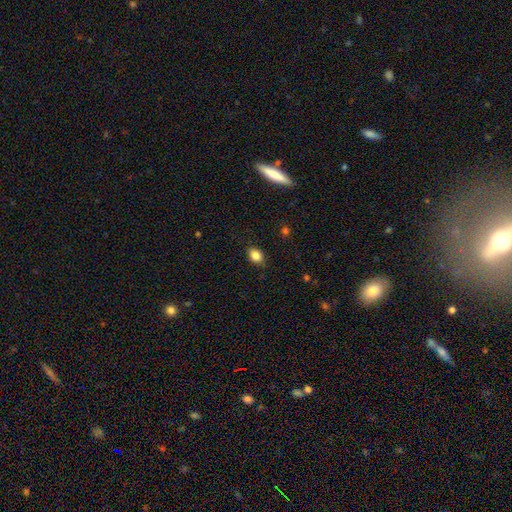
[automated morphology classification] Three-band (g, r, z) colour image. It shows a smooth galaxy with no disk features (84%) that is in between round and cigar-shaped (73%). Merging: none (84%).